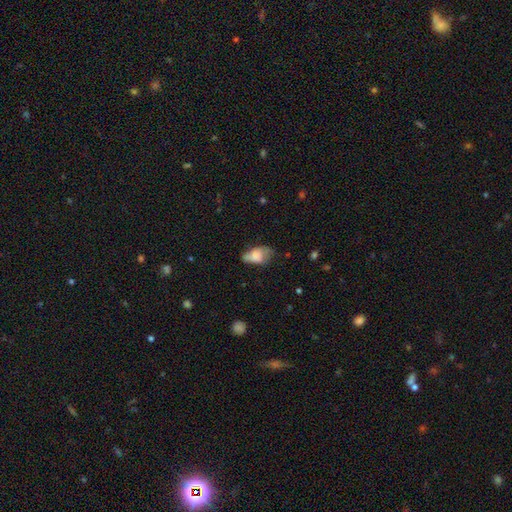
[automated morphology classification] smooth-or-featured: smooth: 70% | featured or disk: 21% | star or artifact: 9%
  how-rounded: in between: 89% | round: 8% | cigar-shaped: 3%
  merging: none: 37% | minor disturbance: 36% | major disturbance: 24% | merger: 3%